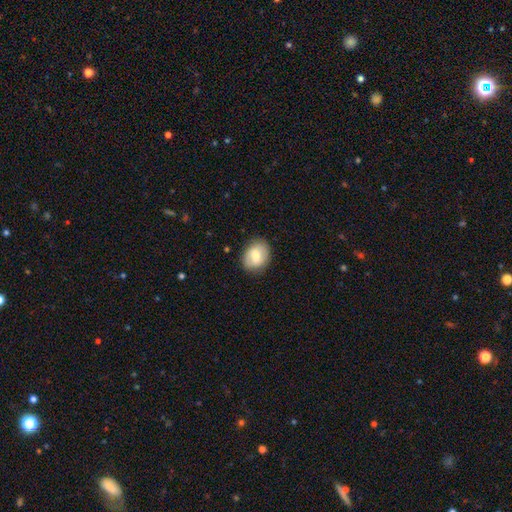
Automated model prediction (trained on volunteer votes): Smooth or featured? Predicted: smooth (p=0.63). How rounded? Predicted: in between (p=0.56). Merging? Predicted: none (p=0.82).